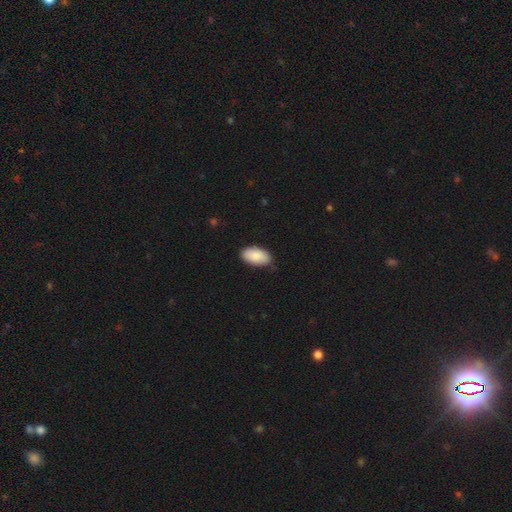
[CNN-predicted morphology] The model was most divided on "merging": none: 79%, minor disturbance: 18%, major disturbance: 2%, merger: 1%. More confident: how rounded — in between (95%); smooth or featured — smooth (88%).